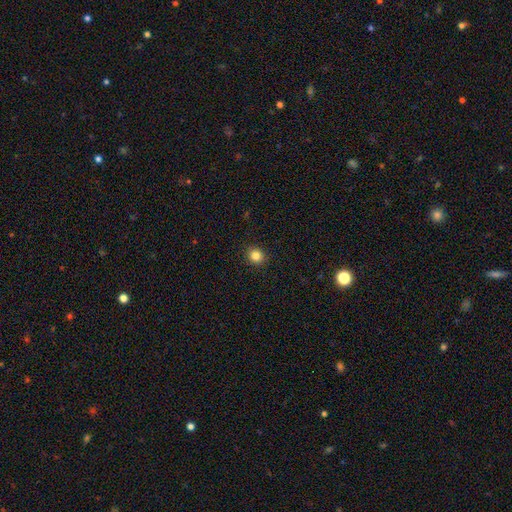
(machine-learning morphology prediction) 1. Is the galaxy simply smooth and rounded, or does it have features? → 84% smooth, 11% star or artifact, 4% featured or disk.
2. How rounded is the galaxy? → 82% round, 17% in between, 1% cigar-shaped.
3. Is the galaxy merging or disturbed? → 92% none, 5% minor disturbance, 2% major disturbance, 1% merger.